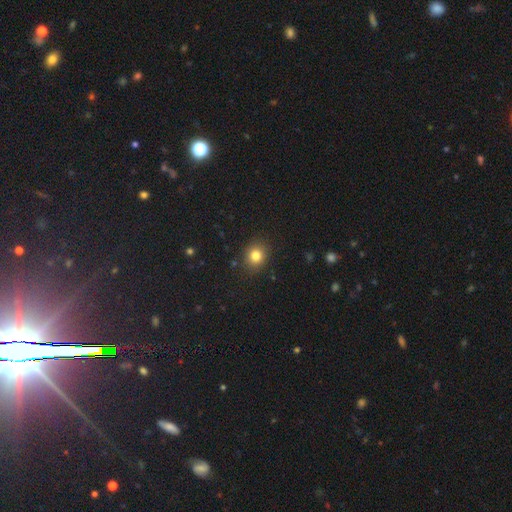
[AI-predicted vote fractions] Smooth or featured? Predicted: smooth (p=0.81). How rounded? Predicted: round (p=0.76). Merging? Predicted: none (p=0.89).